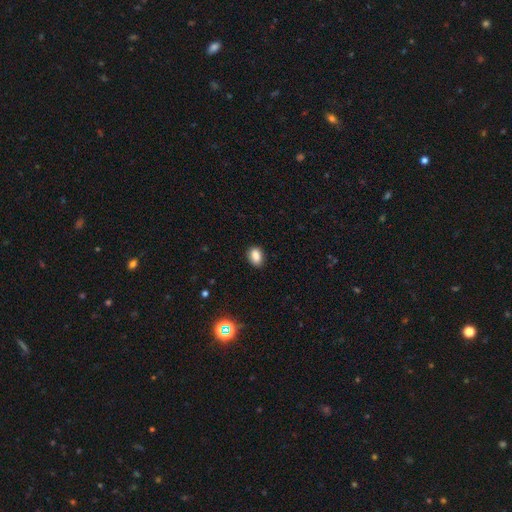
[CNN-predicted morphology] The model was most divided on "how rounded": in between: 77%, round: 22%, cigar-shaped: 1%. More confident: merging — none (87%); smooth or featured — smooth (85%).